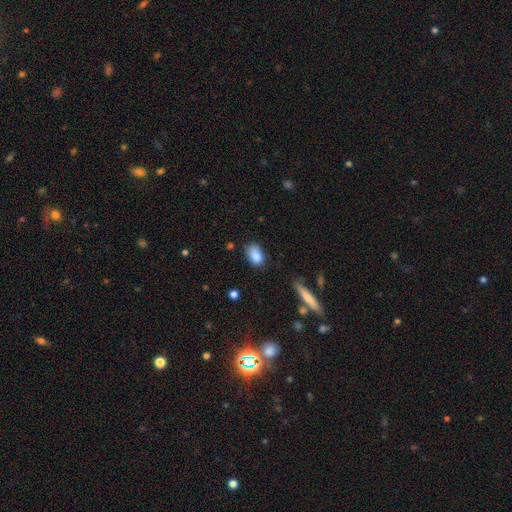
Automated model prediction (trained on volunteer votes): smooth 86%, star or artifact 8%, featured or disk 6%. Down the decision tree: how rounded — in between (85%); merging — none (69%).